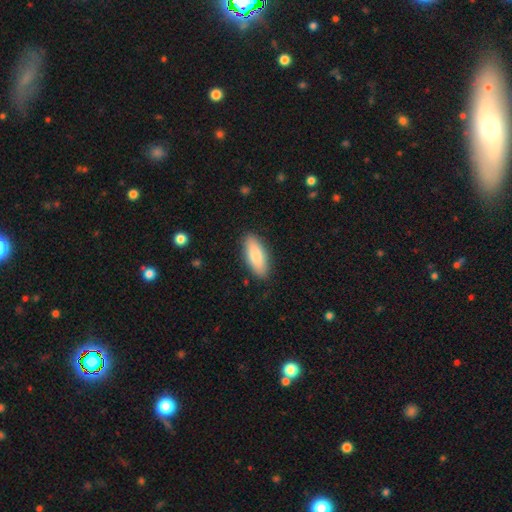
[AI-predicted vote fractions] This appears to be a smooth galaxy with no disk features (84%) that is in between round and cigar-shaped (74%). Merging: none (87%).